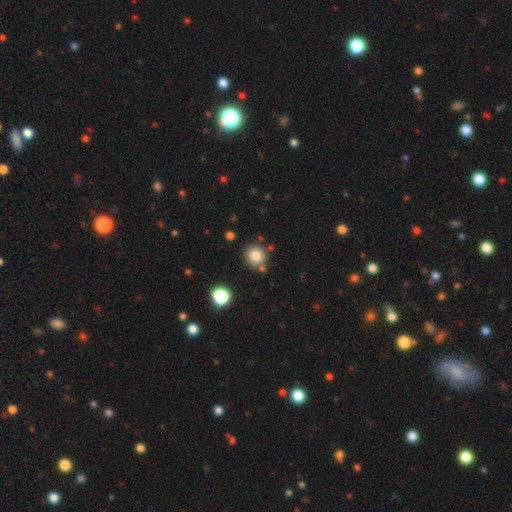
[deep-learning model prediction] A smooth galaxy with no disk features (83%) that is round (91%).

Vote fractions:
- Smooth or featured? smooth: 83% / star or artifact: 11% / featured or disk: 6%
- How rounded? round: 91% / in between: 8% / cigar-shaped: 1%
- Merging? none: 78% / minor disturbance: 10% / merger: 9% / major disturbance: 3%